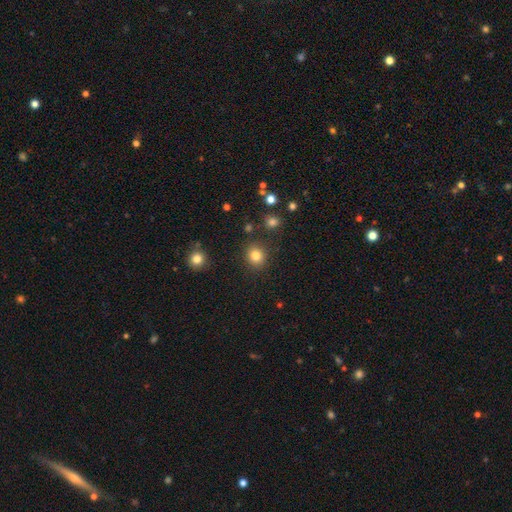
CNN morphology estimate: smooth 83%, star or artifact 12%, featured or disk 5%. Down the decision tree: how rounded — round (80%); merging — none (87%).